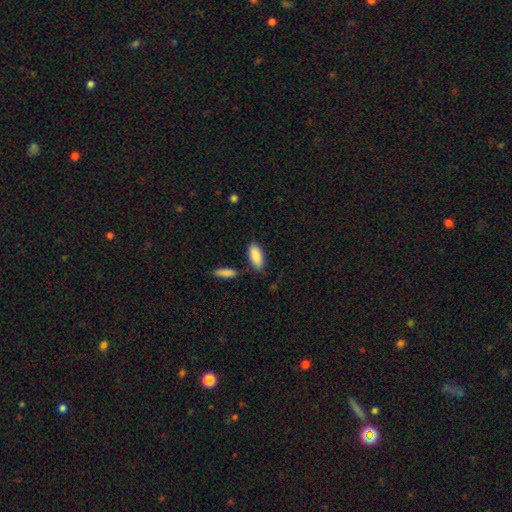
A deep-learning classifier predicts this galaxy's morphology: The model was most divided on "merging": none: 77%, minor disturbance: 14%, merger: 6%, major disturbance: 3%. More confident: smooth or featured — smooth (89%); how rounded — in between (84%).